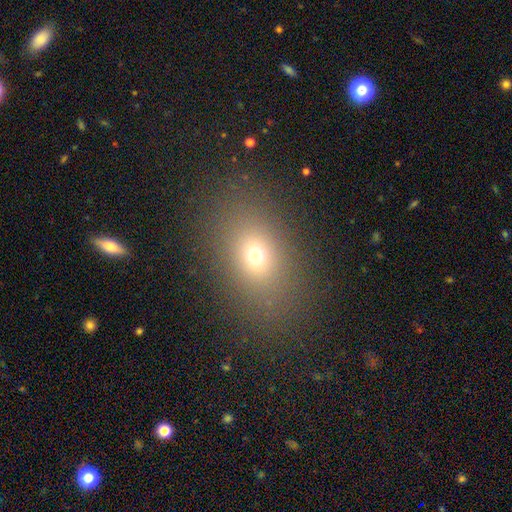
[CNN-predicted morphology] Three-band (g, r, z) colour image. It shows a smooth galaxy with no disk features (67%) that is in between round and cigar-shaped (70%). Merging: none (84%).